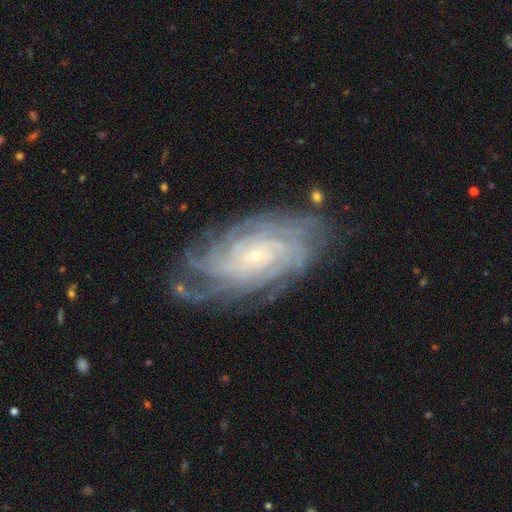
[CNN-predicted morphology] smooth_or_featured: featured or disk (p=0.89) [alt: star or artifact p=0.06]
disk_edge_on: no (p=0.96) [alt: yes p=0.04]
bar: no (p=0.73) [alt: weak p=0.20]
has_spiral_arms: yes (p=0.98) [alt: no p=0.02]
spiral_winding: tight (p=0.77) [alt: medium p=0.19]
spiral_arm_count: more than 4 (p=0.35) [alt: 4 p=0.23]
bulge_size: small (p=0.85) [alt: moderate p=0.11]
merging: none (p=0.77) [alt: minor disturbance p=0.16]